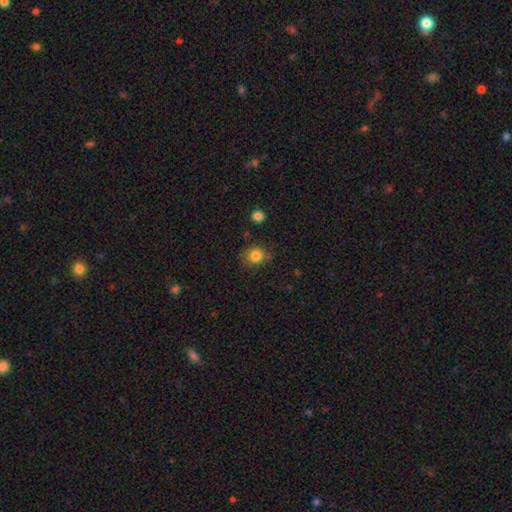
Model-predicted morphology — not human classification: Overall: smooth (83%). How rounded: round (79%). Merging: none (76%).